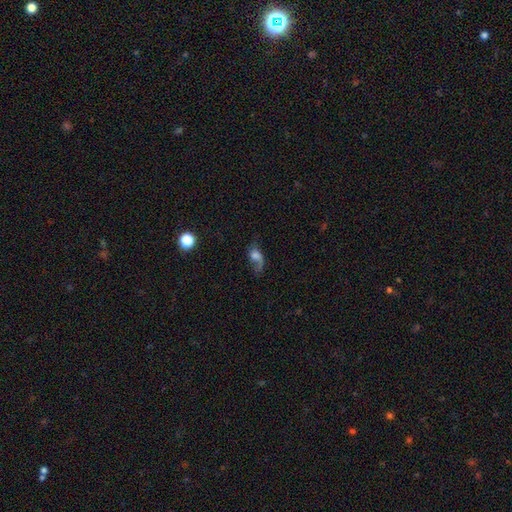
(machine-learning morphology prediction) This appears to be a featured or disk galaxy (47%). Merging: major disturbance (38%).